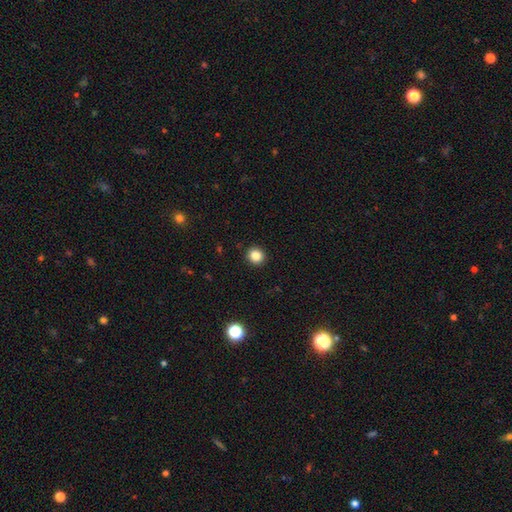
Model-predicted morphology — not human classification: A smooth galaxy with no disk features (84%) that is round (91%).

Vote fractions:
- Smooth or featured? smooth: 84% / star or artifact: 12% / featured or disk: 4%
- How rounded? round: 91% / in between: 8% / cigar-shaped: 1%
- Merging? none: 93% / minor disturbance: 5% / major disturbance: 2% / merger: 1%